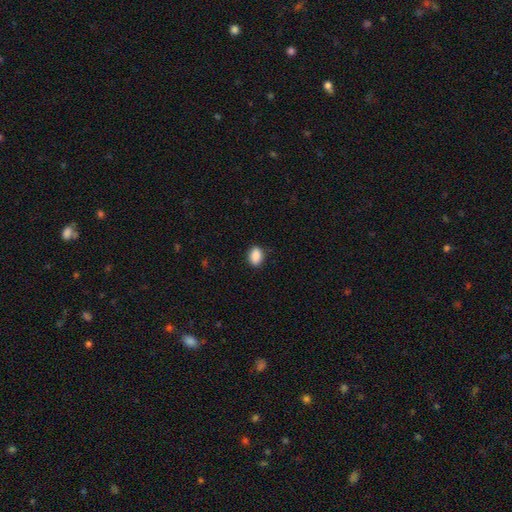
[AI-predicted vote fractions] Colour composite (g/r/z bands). It shows a smooth galaxy with no disk features (89%) that is in between round and cigar-shaped (80%). Merging: none (86%).